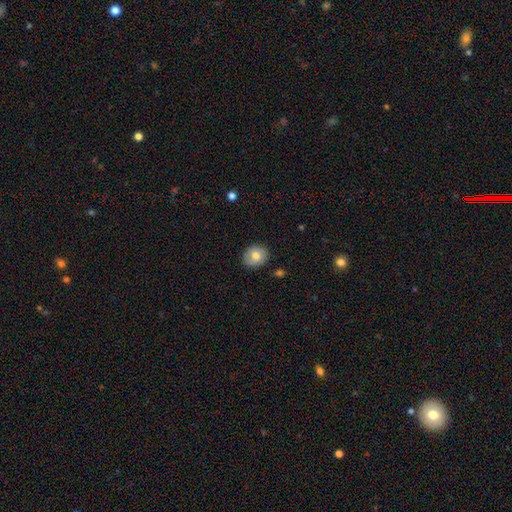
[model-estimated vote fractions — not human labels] Q: Smooth or featured?
A: smooth (73%); runner-up: featured or disk (19%)
Q: How rounded?
A: round (63%); runner-up: in between (37%)
Q: Merging?
A: none (84%); runner-up: minor disturbance (12%)